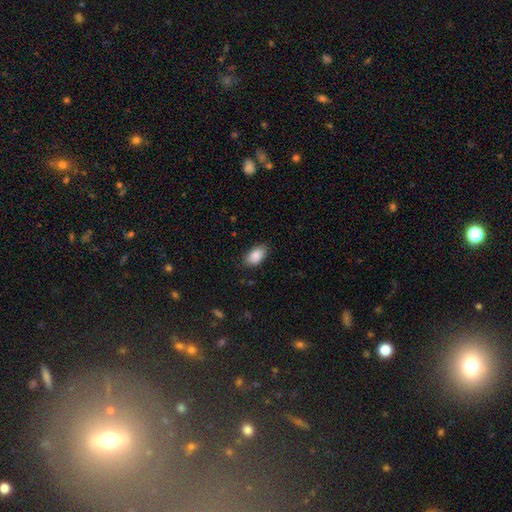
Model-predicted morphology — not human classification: smooth 89%, star or artifact 7%, featured or disk 5%. Down the decision tree: how rounded — in between (93%); merging — none (81%).